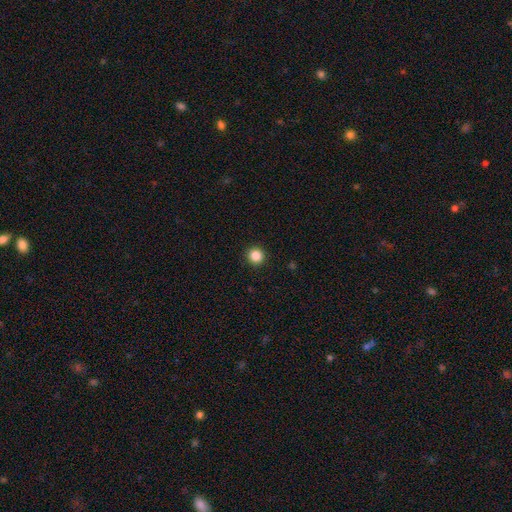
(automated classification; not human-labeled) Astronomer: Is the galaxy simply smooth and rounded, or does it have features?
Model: smooth — 86%.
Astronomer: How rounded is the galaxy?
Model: round — 95%.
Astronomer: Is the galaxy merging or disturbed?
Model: none — 93%.